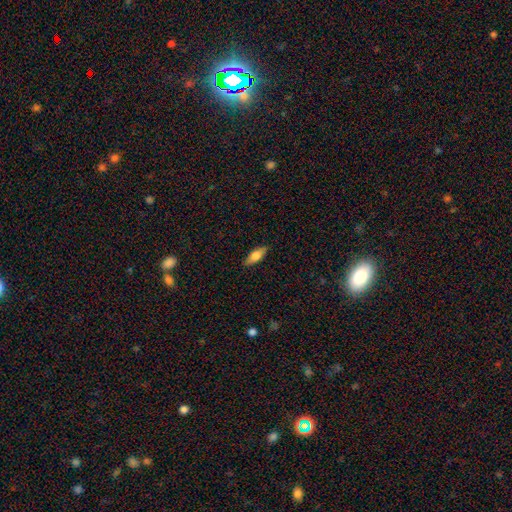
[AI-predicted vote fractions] A smooth galaxy with no disk features (71%) that is in between round and cigar-shaped (66%). Merging: none (88%).